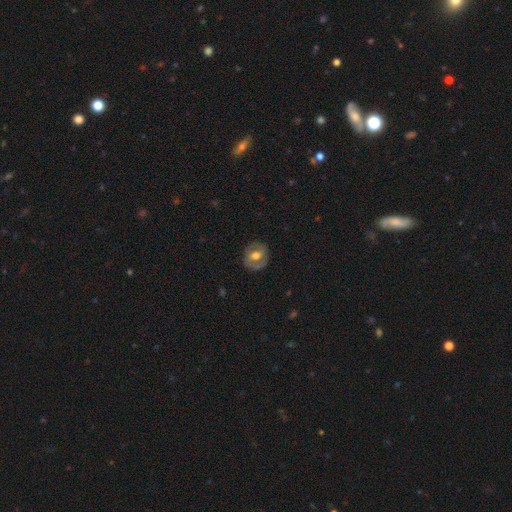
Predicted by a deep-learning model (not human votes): Smooth or featured? featured or disk (57%)
Edge-on disk? no (96%)
Bar? no (40%, tied with weak)
Spiral arms? yes (58%)
Bulge size? moderate (68%)
Merging? none (80%)